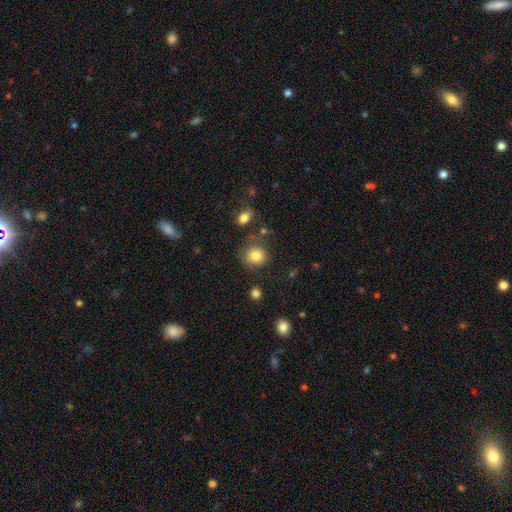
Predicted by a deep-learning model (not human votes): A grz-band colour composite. It shows a smooth galaxy with no disk features (83%) that is round (80%). Merging: none (71%).